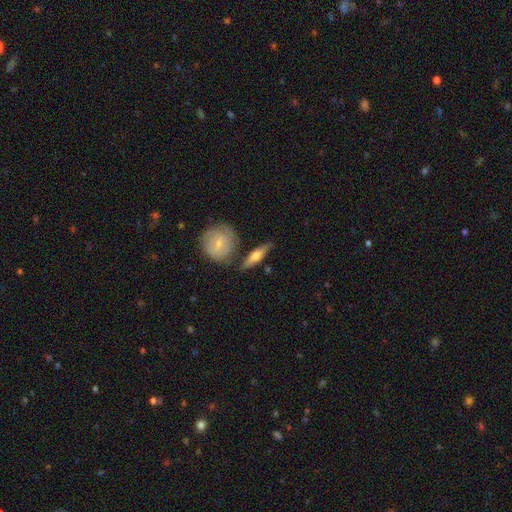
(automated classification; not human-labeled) Overall: smooth (51%; featured or disk 44%). How rounded: cigar-shaped (56%; in between 38%). Merging: none (72%).